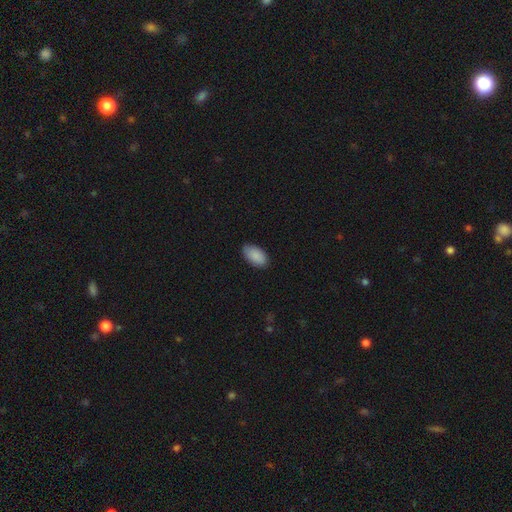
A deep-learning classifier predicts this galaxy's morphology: A smooth galaxy with no disk features (89%) that is in between round and cigar-shaped (95%).

Vote fractions:
- Smooth or featured? smooth: 89% / star or artifact: 6% / featured or disk: 4%
- How rounded? in between: 95% / round: 3% / cigar-shaped: 2%
- Merging? none: 84% / minor disturbance: 13% / major disturbance: 2% / merger: 1%